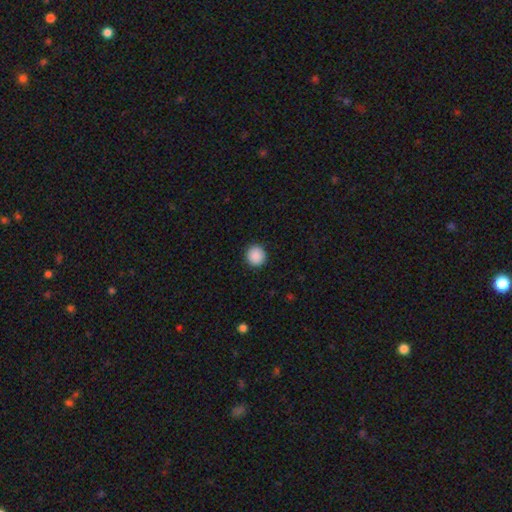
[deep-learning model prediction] Overall: smooth (90%). How rounded: round (94%). Merging: none (92%).